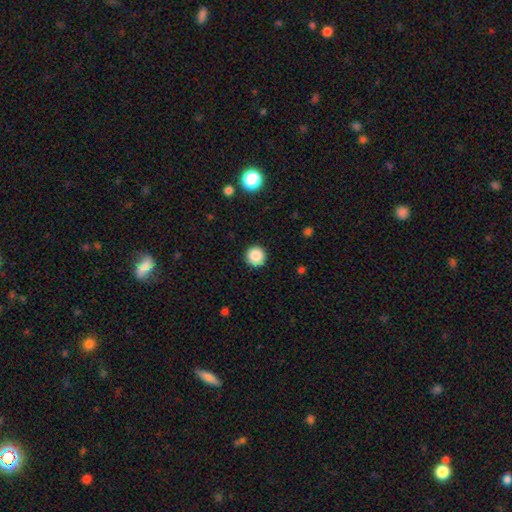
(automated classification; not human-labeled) smooth-or-featured: smooth: 86% | star or artifact: 10% | featured or disk: 4%
  how-rounded: round: 96% | in between: 3% | cigar-shaped: 1%
  merging: none: 92% | minor disturbance: 5% | major disturbance: 2% | merger: 1%